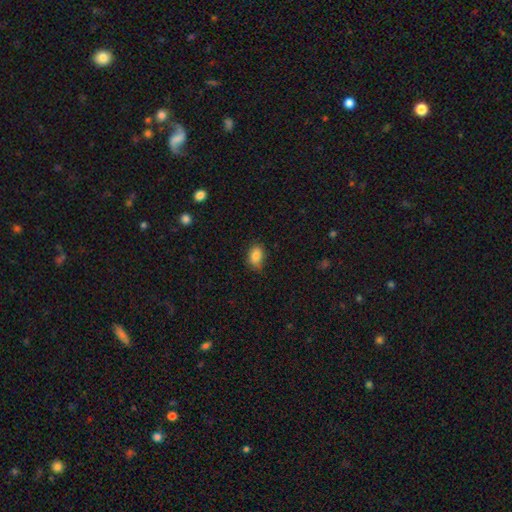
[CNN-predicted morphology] Smooth or featured: smooth — 85% (star or artifact — 9%)
How rounded: in between — 82% (round — 16%)
Merging: none — 74% (minor disturbance — 21%)